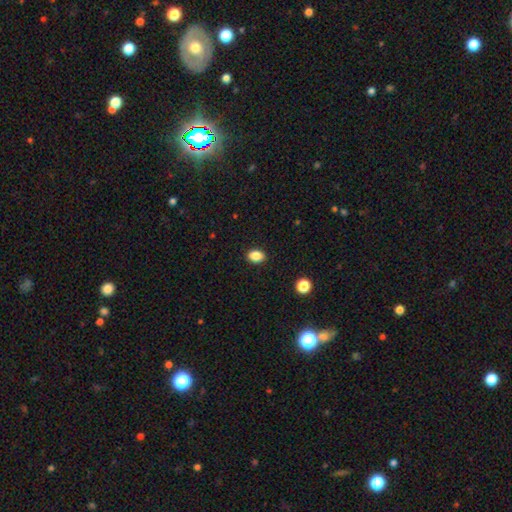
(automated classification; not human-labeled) Morphology: type=smooth (86%); roundness=in between (70%); merging=none (90%).